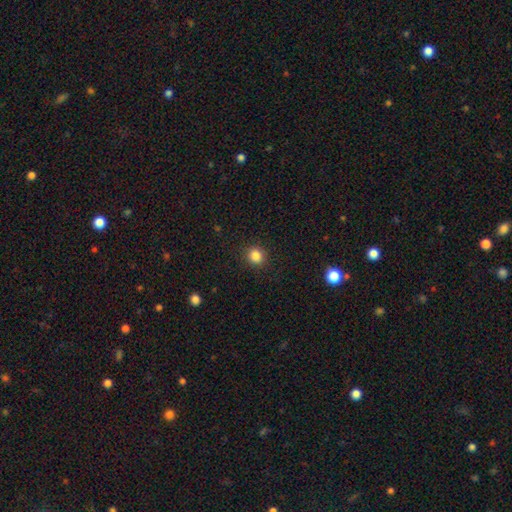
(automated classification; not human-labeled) This appears to be a smooth galaxy with no disk features (84%) that is round (86%). Merging: none (91%).